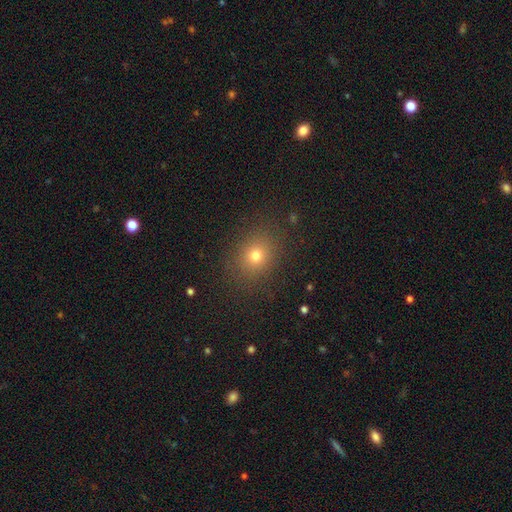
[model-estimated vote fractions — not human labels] Overall: smooth (74%). How rounded: round (63%; in between 36%). Merging: none (87%).